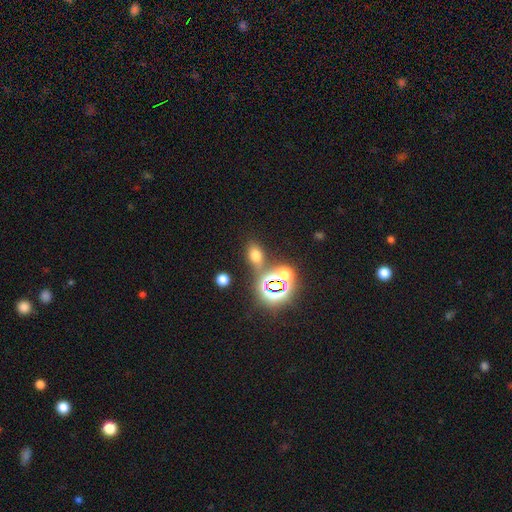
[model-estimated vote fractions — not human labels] Smooth or featured?
  - smooth: 60% *
  - star or artifact: 31%
  - featured or disk: 9%
How rounded?
  - in between: 71% *
  - round: 26%
  - cigar-shaped: 3%
Merging?
  - none: 71% *
  - merger: 12%
  - minor disturbance: 12%
  - major disturbance: 5%